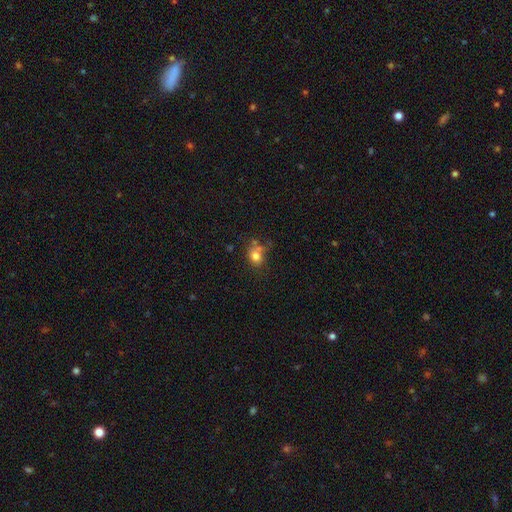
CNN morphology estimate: A smooth galaxy with no disk features (76%) that is round (57%). Merging: none (48%).